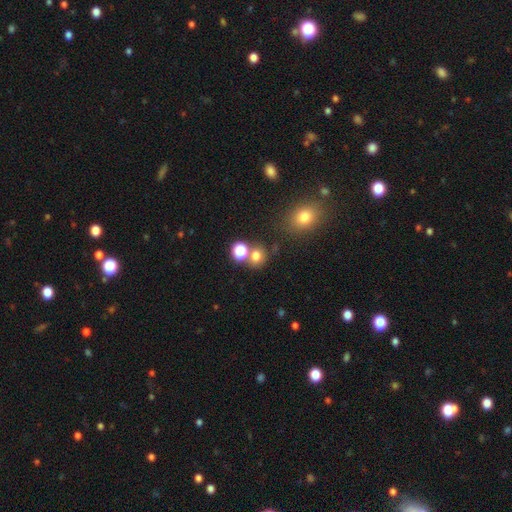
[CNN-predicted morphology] Q: Smooth or featured?
A: smooth (72%); runner-up: star or artifact (20%)
Q: How rounded?
A: round (77%); runner-up: in between (22%)
Q: Merging?
A: none (63%); runner-up: merger (24%)